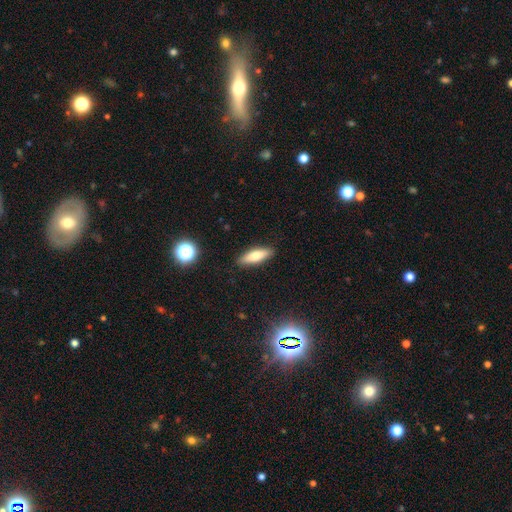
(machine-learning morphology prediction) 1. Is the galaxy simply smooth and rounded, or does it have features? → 72% smooth, 21% featured or disk, 7% star or artifact.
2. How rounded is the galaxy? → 49% cigar-shaped (tied), 49% in between (tied), 2% round.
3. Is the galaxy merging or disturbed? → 88% none, 9% minor disturbance, 2% major disturbance, 1% merger.